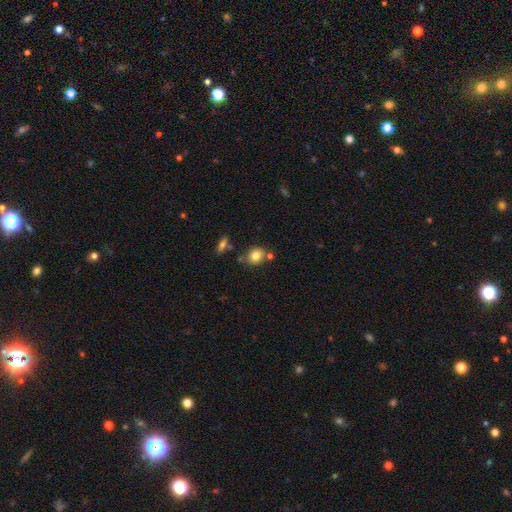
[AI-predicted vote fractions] Smooth or featured: smooth — 80% (star or artifact — 10%)
How rounded: round — 66% (in between — 32%)
Merging: none — 69% (merger — 14%)